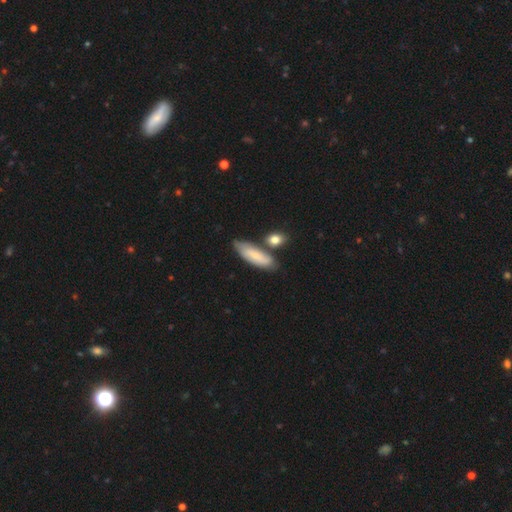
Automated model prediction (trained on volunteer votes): Smooth or featured: smooth — 72% (featured or disk — 22%)
How rounded: in between — 59% (cigar-shaped — 38%)
Merging: none — 64% (minor disturbance — 16%)